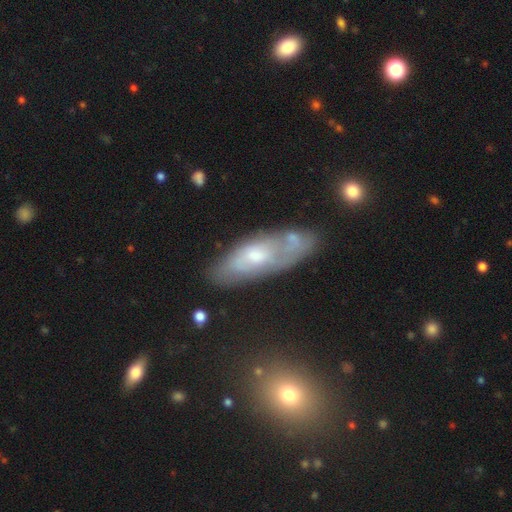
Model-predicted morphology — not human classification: Q: Smooth or featured?
A: featured or disk (54%); runner-up: smooth (38%)
Q: Edge-on disk?
A: no (75%); runner-up: yes (25%)
Q: Merging?
A: none (62%); runner-up: minor disturbance (22%)